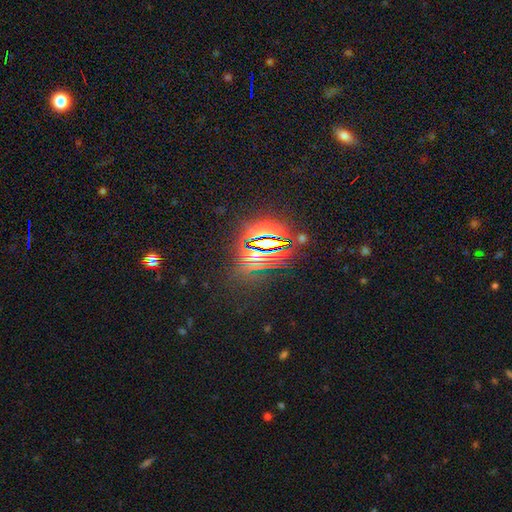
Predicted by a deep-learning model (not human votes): Q: Smooth or featured?
A: star or artifact (77%); runner-up: smooth (13%)